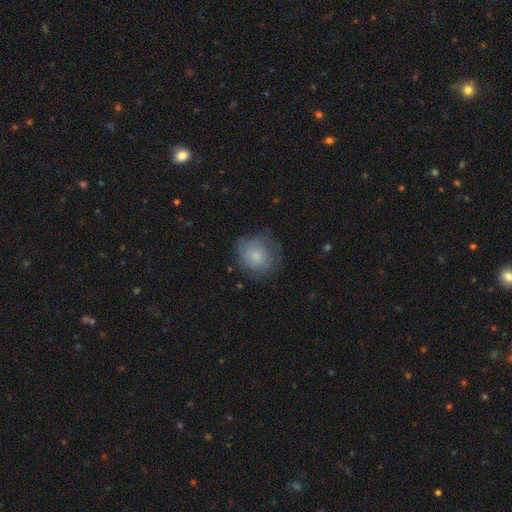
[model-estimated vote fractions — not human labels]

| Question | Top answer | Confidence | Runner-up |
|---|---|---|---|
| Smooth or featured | smooth | 73% | featured or disk (18%) |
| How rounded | round | 83% | in between (16%) |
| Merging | none | 69% | minor disturbance (21%) |